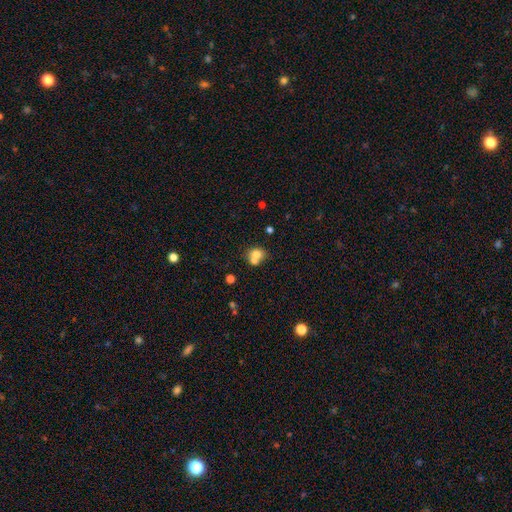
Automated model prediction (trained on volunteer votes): Smooth or featured? Predicted: smooth (p=0.72). How rounded? Predicted: round (p=0.69). Merging? Predicted: merger (p=0.52).